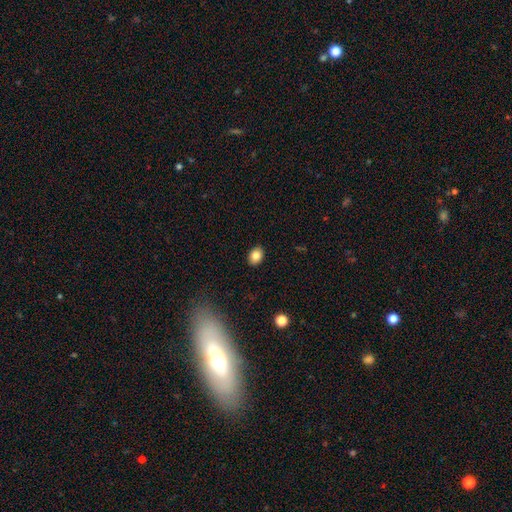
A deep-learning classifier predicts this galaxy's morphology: This appears to be a smooth galaxy with no disk features (84%) that is in between round and cigar-shaped (68%). Merging: none (90%).